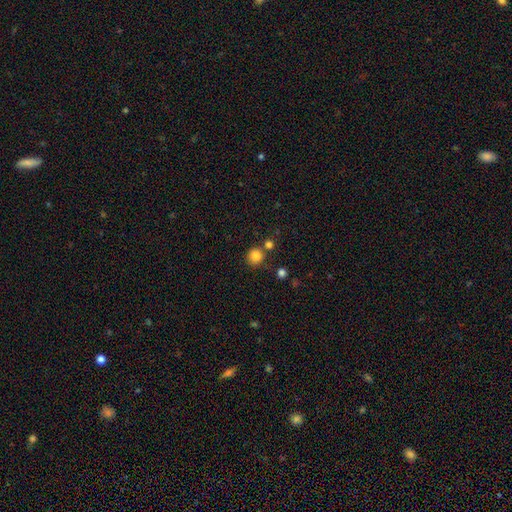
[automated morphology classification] Overall: smooth (83%). How rounded: round (91%). Merging: none (77%).